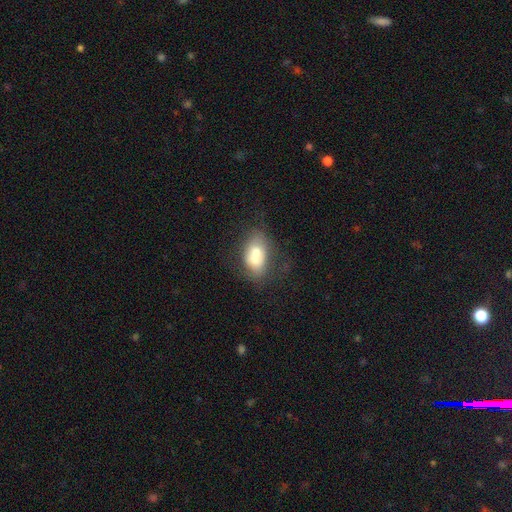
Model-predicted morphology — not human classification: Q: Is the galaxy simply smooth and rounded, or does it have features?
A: smooth — 65%.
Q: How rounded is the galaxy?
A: in between — 87%.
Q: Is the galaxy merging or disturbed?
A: none — 40%.